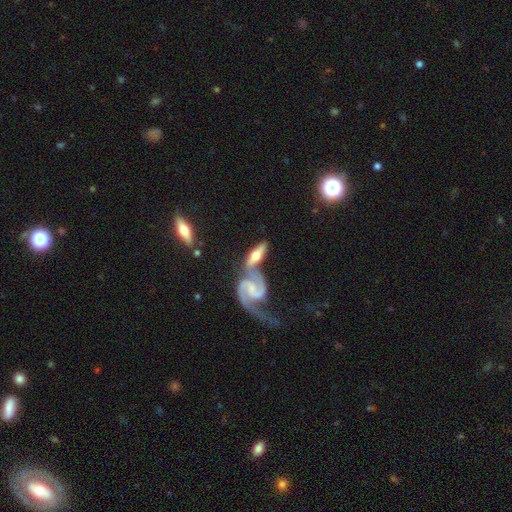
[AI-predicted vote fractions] Q: Smooth or featured?
A: featured or disk (66%); runner-up: smooth (29%)
Q: Edge-on disk?
A: no (69%); runner-up: yes (31%)
Q: Merging?
A: merger (53%); runner-up: none (30%)